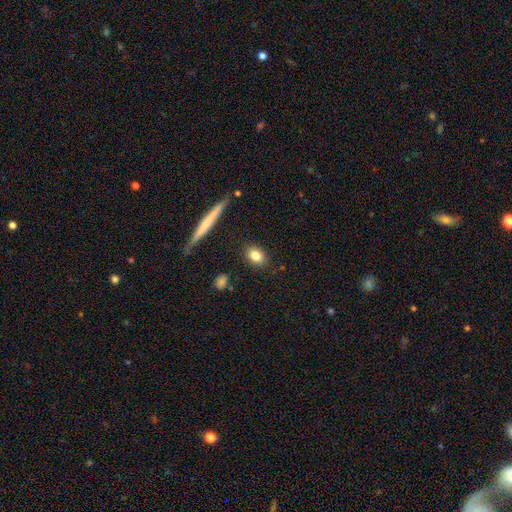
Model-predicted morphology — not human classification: This is clearly a smooth galaxy (82%). How rounded: likely in between (74%). Merging: clearly none (87%).